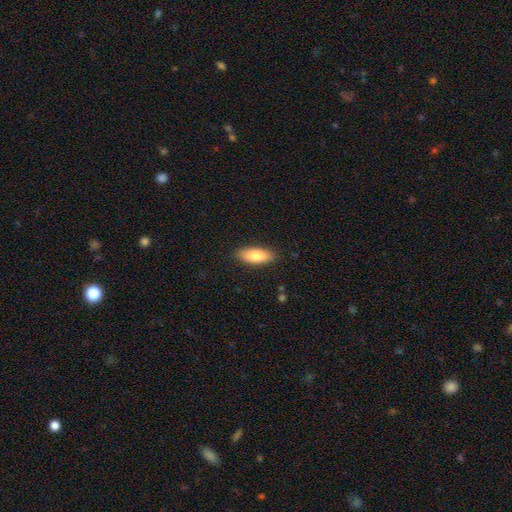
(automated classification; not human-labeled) Smooth or featured? Predicted: smooth (p=0.82). How rounded? Predicted: in between (p=0.72). Merging? Predicted: none (p=0.88).